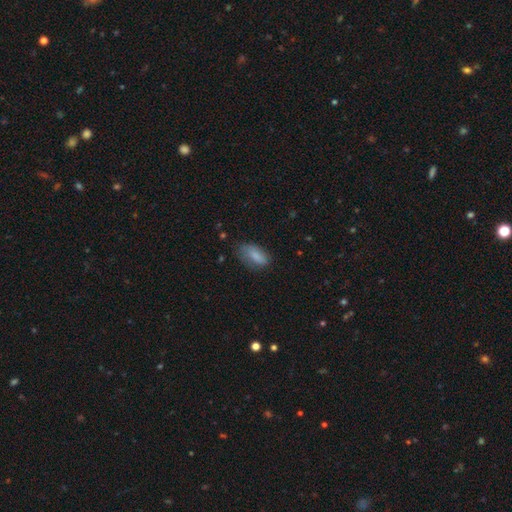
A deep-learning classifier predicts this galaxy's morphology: Overall: smooth (82%). How rounded: in between (88%). Merging: none (60%; minor disturbance 29%).